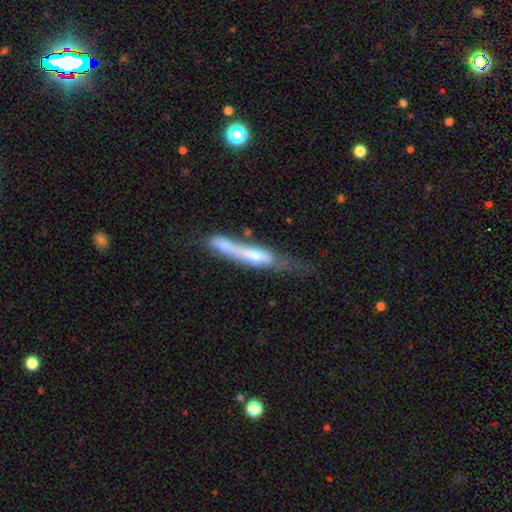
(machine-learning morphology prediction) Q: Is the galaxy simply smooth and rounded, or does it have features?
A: smooth — 54%.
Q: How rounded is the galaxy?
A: cigar-shaped — 77%.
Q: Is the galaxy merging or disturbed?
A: none — 29%.